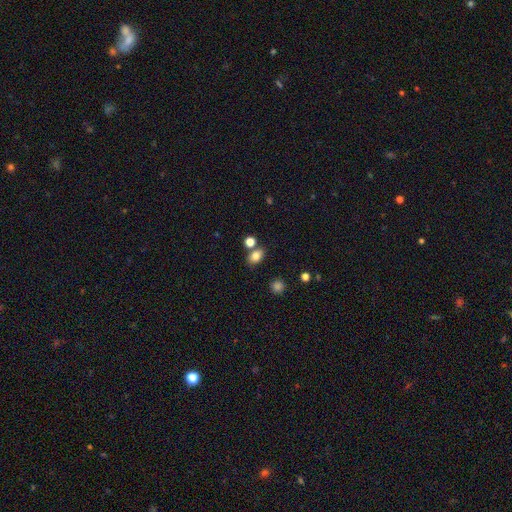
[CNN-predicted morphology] A smooth galaxy with no disk features (81%) that is in between round and cigar-shaped (72%).

Vote fractions:
- Smooth or featured? smooth: 81% / star or artifact: 12% / featured or disk: 7%
- How rounded? in between: 72% / round: 27% / cigar-shaped: 2%
- Merging? none: 68% / merger: 17% / minor disturbance: 11% / major disturbance: 3%